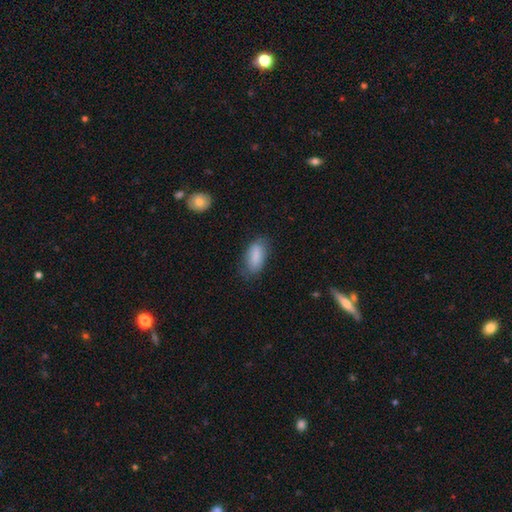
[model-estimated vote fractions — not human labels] Overall: smooth (84%). How rounded: in between (89%). Merging: none (71%).